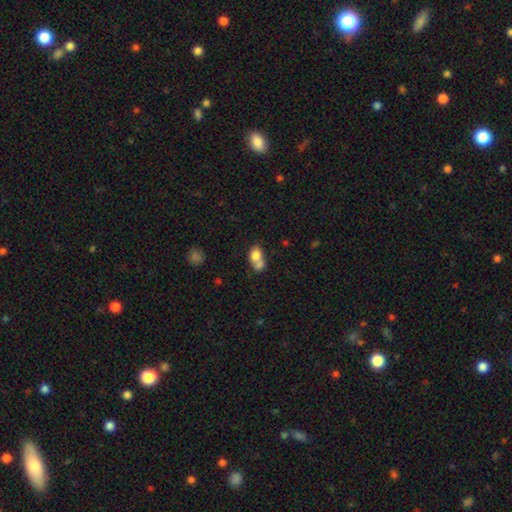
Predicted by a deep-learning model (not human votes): This is likely a smooth galaxy (75%). How rounded: likely in between (69%). Merging: likely merger (62%).